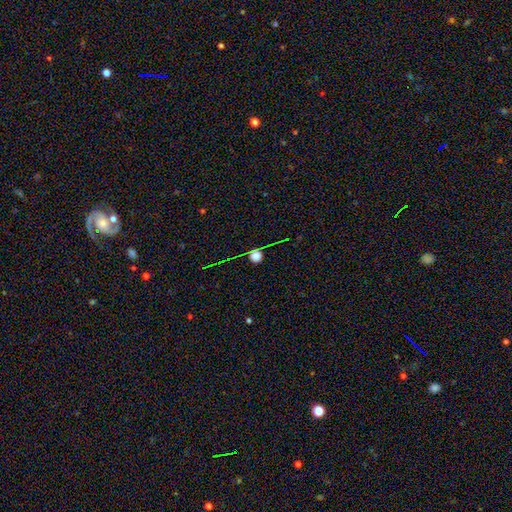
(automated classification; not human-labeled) Smooth or featured?
  - smooth: 54% *
  - star or artifact: 36%
  - featured or disk: 9%
How rounded?
  - round: 93% *
  - in between: 6%
  - cigar-shaped: 2%
Merging?
  - none: 82% *
  - minor disturbance: 10%
  - major disturbance: 4%
  - merger: 3%